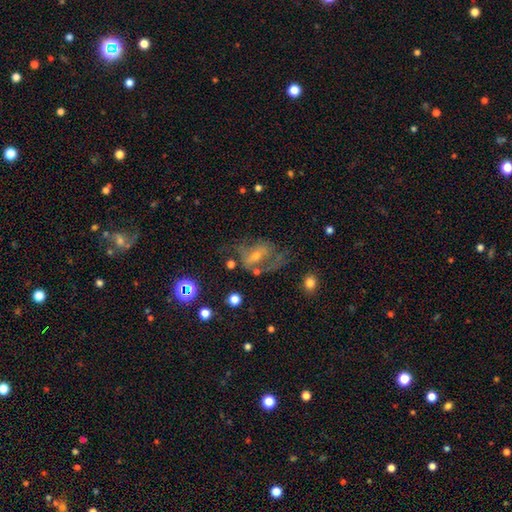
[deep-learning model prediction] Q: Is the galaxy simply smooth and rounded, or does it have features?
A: featured or disk — 60%.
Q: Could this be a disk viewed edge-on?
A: no — 94%.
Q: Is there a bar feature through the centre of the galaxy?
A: no — 42%.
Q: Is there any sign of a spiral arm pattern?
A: yes — 62%.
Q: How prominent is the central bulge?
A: small — 57%.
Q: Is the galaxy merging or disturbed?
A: none — 45%.